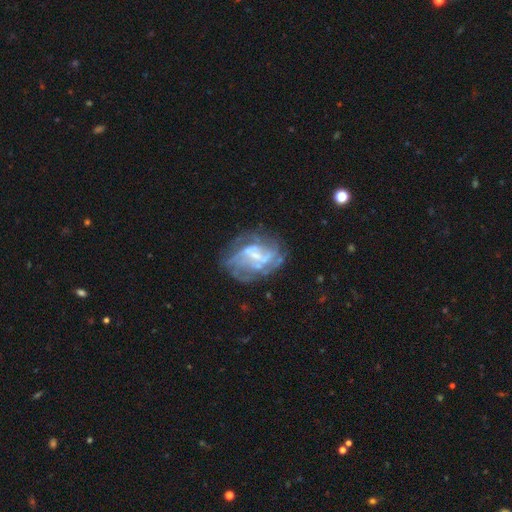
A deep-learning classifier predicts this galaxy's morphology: This is likely a featured or disk galaxy (76%). It is clearly not viewed edge-on (97%). Bar: marginally weak (43%). Spiral arm pattern: likely yes (62%). Central bulge: marginally small (40%). Merging: possibly none (49%).